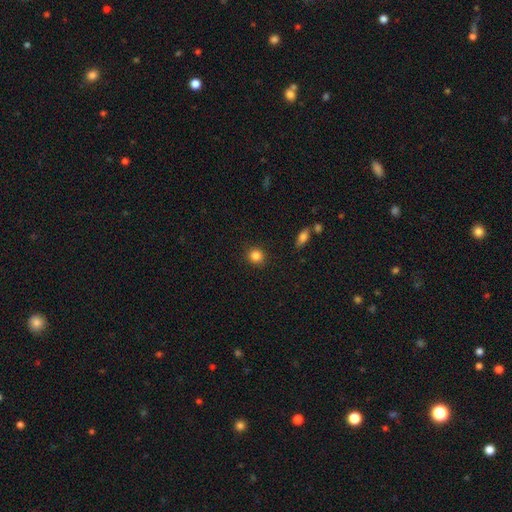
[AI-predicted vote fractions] A smooth galaxy with no disk features (85%) that is round (90%).

Vote fractions:
- Smooth or featured? smooth: 85% / star or artifact: 11% / featured or disk: 4%
- How rounded? round: 90% / in between: 9% / cigar-shaped: 1%
- Merging? none: 89% / minor disturbance: 7% / major disturbance: 2% / merger: 1%